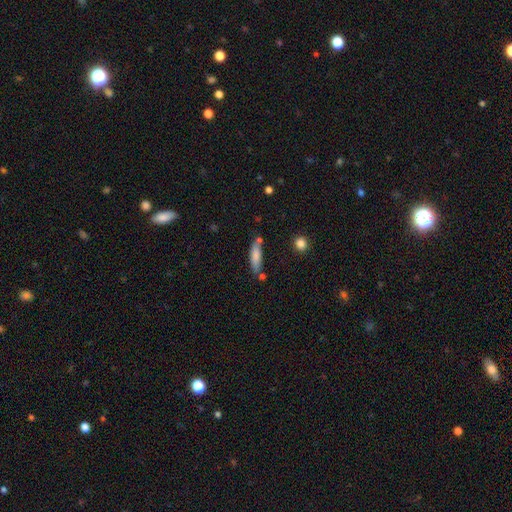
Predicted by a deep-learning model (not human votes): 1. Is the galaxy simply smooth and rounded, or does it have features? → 79% smooth, 14% featured or disk, 7% star or artifact.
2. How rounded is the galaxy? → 66% cigar-shaped, 32% in between, 2% round.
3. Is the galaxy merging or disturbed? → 66% none, 18% minor disturbance, 12% merger, 4% major disturbance.